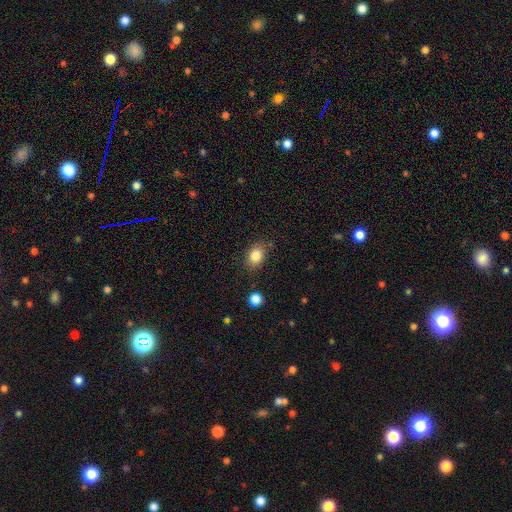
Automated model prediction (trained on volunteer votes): smooth-or-featured: smooth: 83% | star or artifact: 10% | featured or disk: 7%
  how-rounded: in between: 68% | round: 31% | cigar-shaped: 1%
  merging: none: 80% | minor disturbance: 14% | major disturbance: 3% | merger: 3%